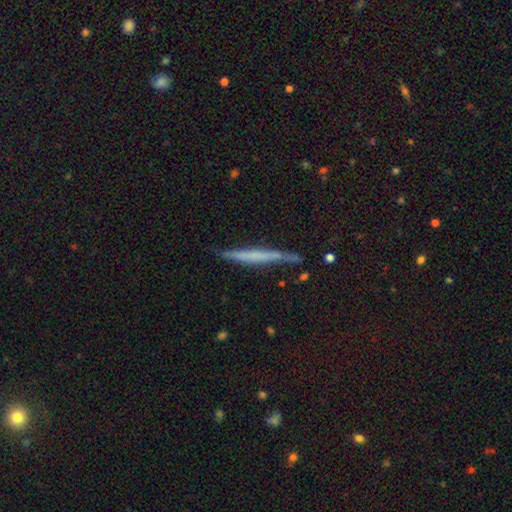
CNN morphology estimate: This appears to be a featured or disk galaxy (49%). Merging: none (81%).